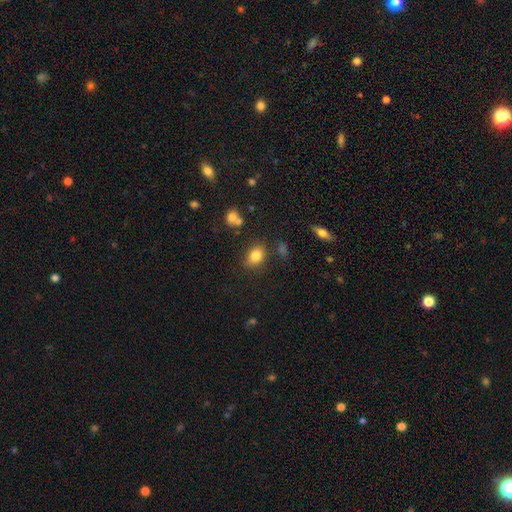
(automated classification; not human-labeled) Overall: smooth (82%). How rounded: in between (71%). Merging: none (76%).